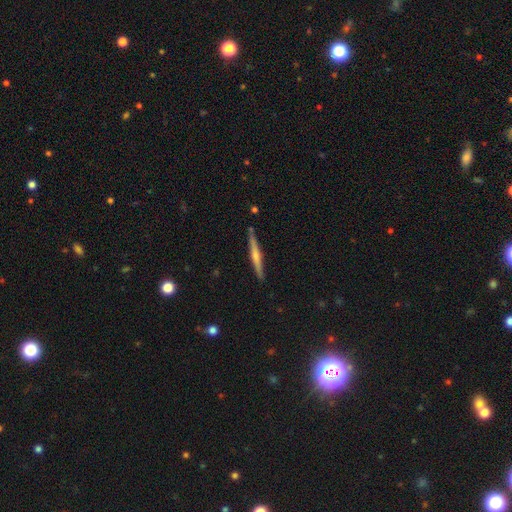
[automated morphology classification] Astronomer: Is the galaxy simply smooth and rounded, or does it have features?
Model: featured or disk — 52% (runner-up: smooth, 42%).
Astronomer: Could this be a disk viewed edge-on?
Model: yes — 97%.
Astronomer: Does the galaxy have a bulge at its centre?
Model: rounded — 52% (runner-up: none, 36%).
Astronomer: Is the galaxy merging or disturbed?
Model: none — 88%.